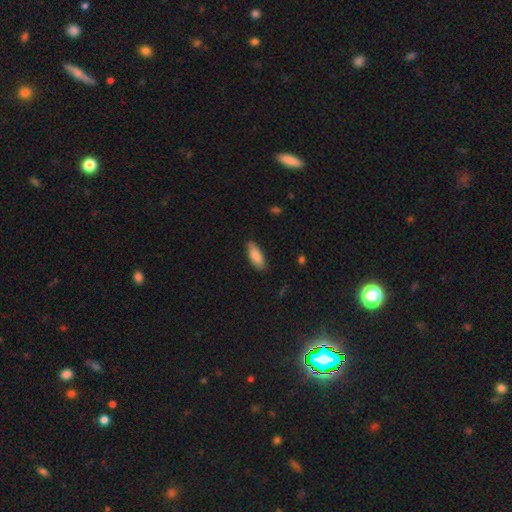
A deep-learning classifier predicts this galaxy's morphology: This appears to be a smooth galaxy with no disk features (88%) that is in between round and cigar-shaped (75%). Merging: none (83%).